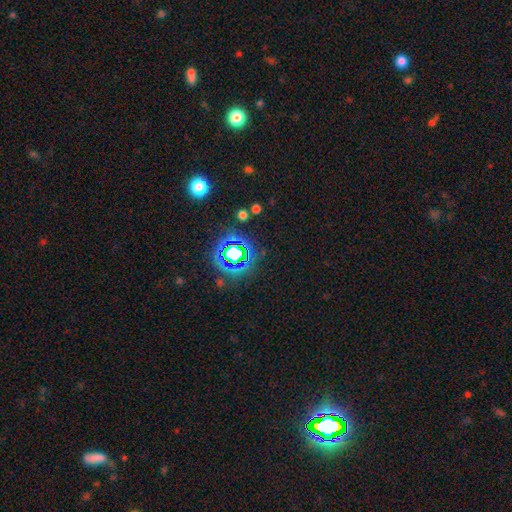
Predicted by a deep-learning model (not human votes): The model was most divided on "smooth or featured": star or artifact: 71%, smooth: 21%, featured or disk: 7%.